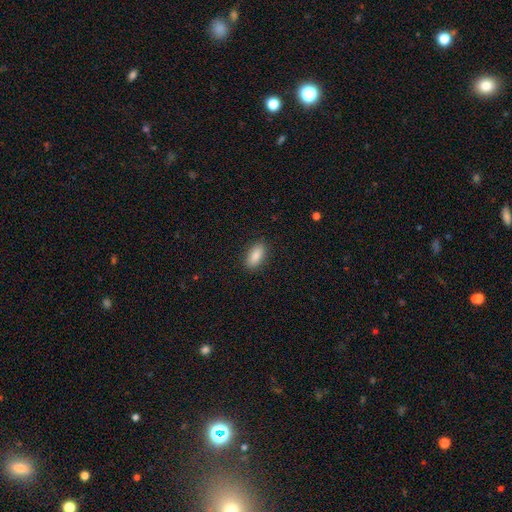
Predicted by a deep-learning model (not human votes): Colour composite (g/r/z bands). It shows a smooth galaxy with no disk features (88%) that is in between round and cigar-shaped (89%). Merging: none (88%).